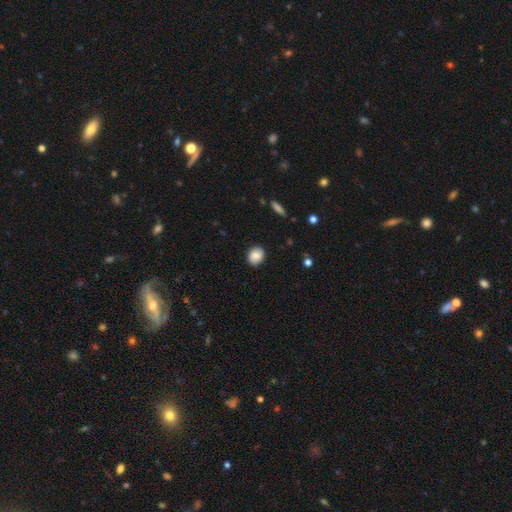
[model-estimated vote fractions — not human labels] Smooth or featured? smooth (83%)
How rounded? round (67%)
Merging? none (87%)